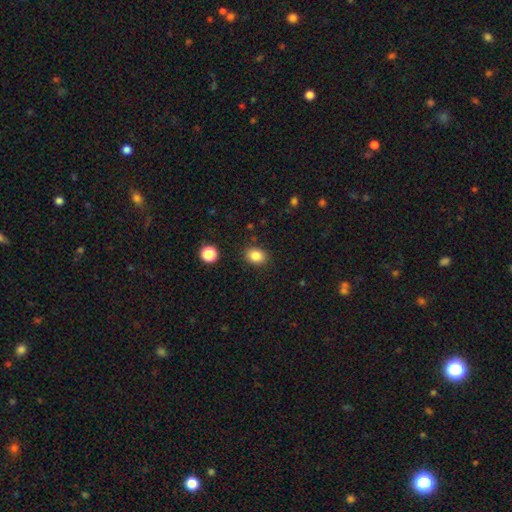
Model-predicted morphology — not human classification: This is clearly a smooth galaxy (85%). How rounded: possibly in between (56%). Merging: clearly none (87%).